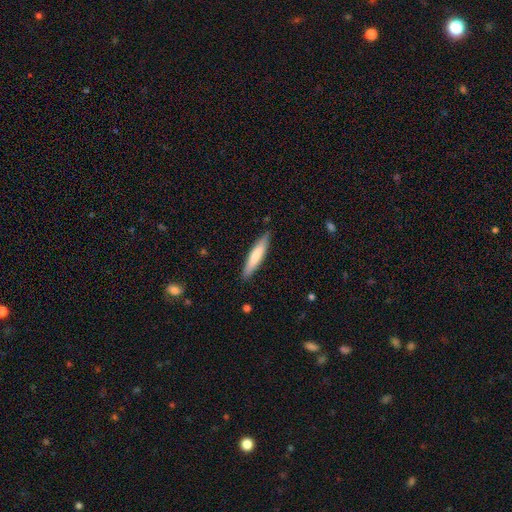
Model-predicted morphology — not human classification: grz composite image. It shows a smooth galaxy with no disk features (72%) that is cigar-shaped (86%). Merging: none (86%).